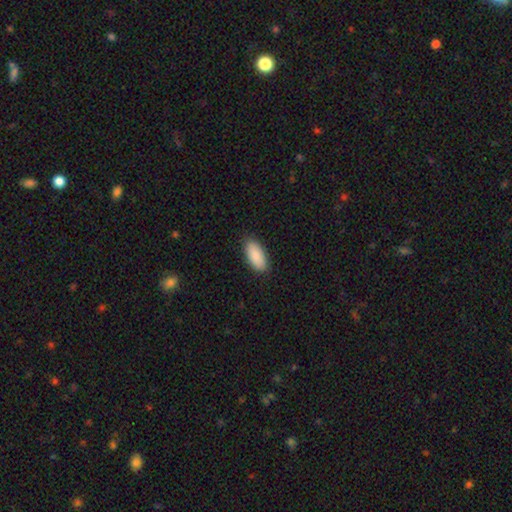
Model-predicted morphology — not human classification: Overall: smooth (89%). How rounded: in between (91%). Merging: none (87%).